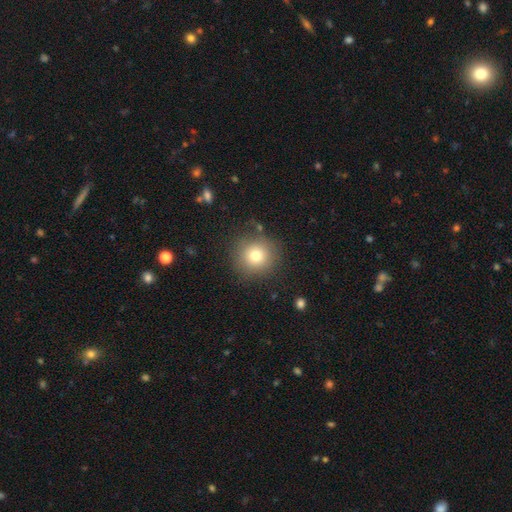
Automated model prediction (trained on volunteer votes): Smooth or featured? Predicted: smooth (p=0.76). How rounded? Predicted: round (p=0.94). Merging? Predicted: none (p=0.85).